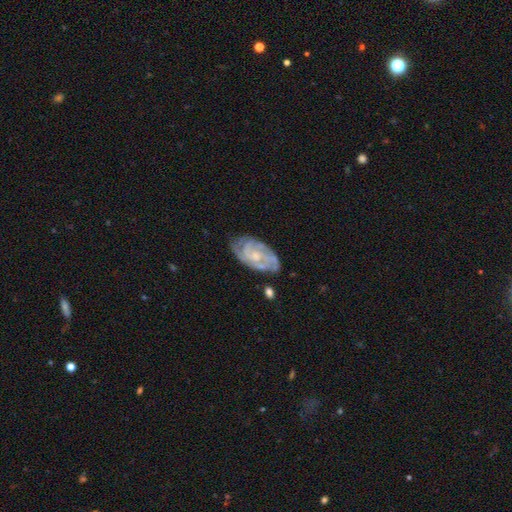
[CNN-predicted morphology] The model was most divided on "bulge size": small: 48%, moderate: 41%, none: 7%, large: 2%, dominant: 1%. Remaining: edge-on disk — no (96%); spiral arms — yes (94%); smooth or featured — featured or disk (82%); merging — none (73%); bar — no (68%); spiral winding — tight (65%); spiral arm count — can't tell (31%).